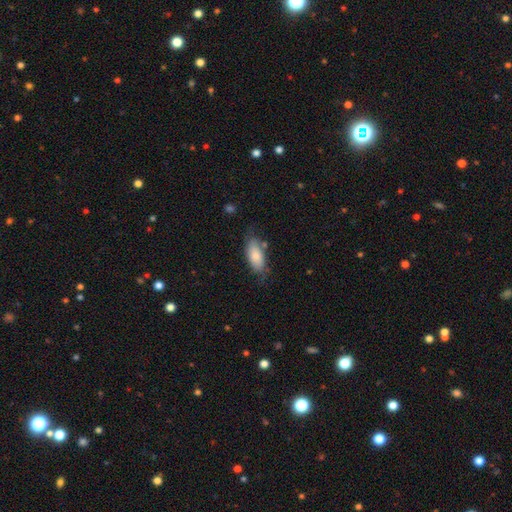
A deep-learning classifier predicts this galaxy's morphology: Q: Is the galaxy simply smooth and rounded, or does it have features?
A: smooth — 78%.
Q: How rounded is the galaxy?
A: in between — 86%.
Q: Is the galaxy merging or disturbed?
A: none — 63%.